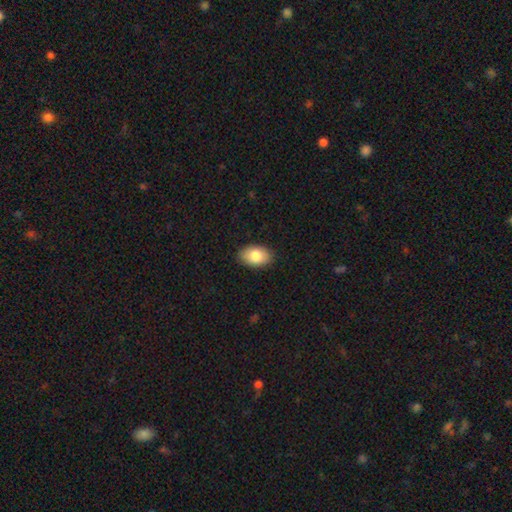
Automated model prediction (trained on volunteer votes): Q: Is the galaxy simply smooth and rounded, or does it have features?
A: smooth — 83%.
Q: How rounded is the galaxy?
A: in between — 90%.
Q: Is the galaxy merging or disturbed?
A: none — 88%.